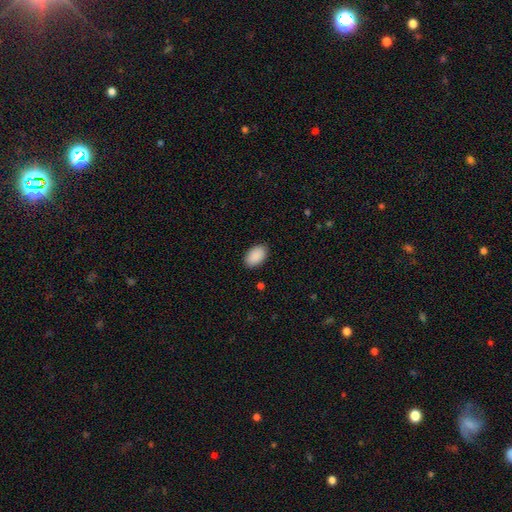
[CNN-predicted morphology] A smooth galaxy with no disk features (91%) that is in between round and cigar-shaped (93%). Merging: none (89%).